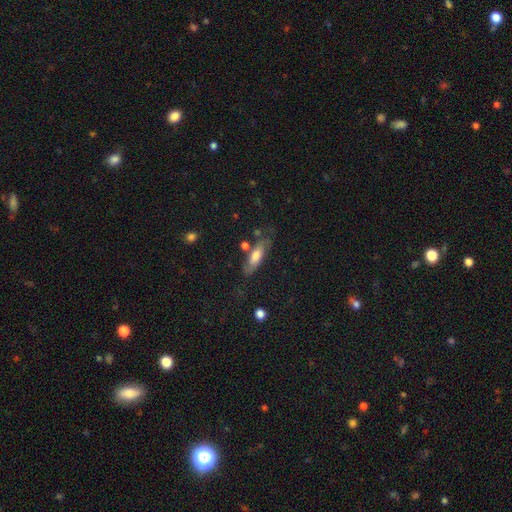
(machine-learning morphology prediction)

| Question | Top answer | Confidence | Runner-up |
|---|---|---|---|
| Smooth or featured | smooth | 60% | featured or disk (34%) |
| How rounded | in between | 56% | cigar-shaped (41%) |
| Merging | none | 65% | minor disturbance (21%) |